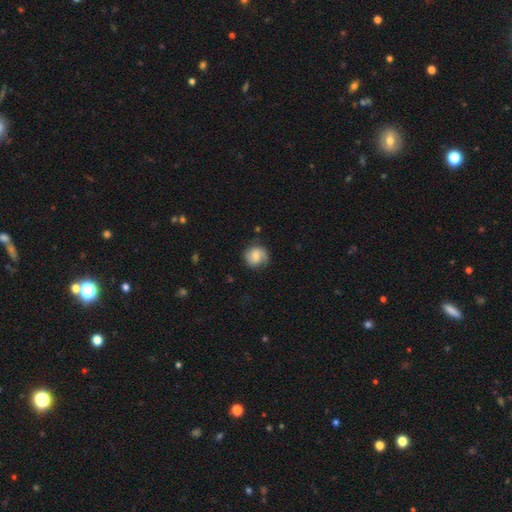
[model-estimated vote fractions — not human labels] Smooth or featured?
  - featured or disk: 57% *
  - smooth: 35%
  - star or artifact: 7%
Edge-on disk?
  - no: 98% *
  - yes: 2%
Bar?
  - no: 50% *
  - weak: 41%
  - strong: 8%
Spiral arms?
  - yes: 91% *
  - no: 9%
Spiral winding?
  - medium: 41% *
  - tight: 39%
  - loose: 20%
Spiral arm count?
  - 2: 67% *
  - 1: 17%
  - can't tell: 11%
  - 3: 2%
  - 4: 1%
  - more than 4: 1%
Bulge size?
  - moderate: 52% *
  - small: 34%
  - large: 7%
  - none: 5%
  - dominant: 1%
Merging?
  - none: 72% *
  - minor disturbance: 19%
  - major disturbance: 7%
  - merger: 1%